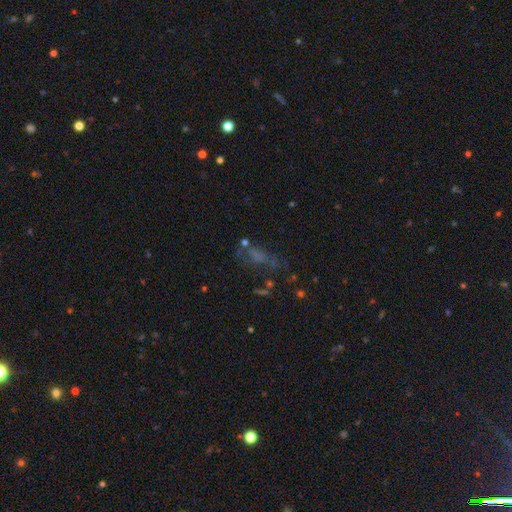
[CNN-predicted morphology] Smooth or featured: smooth — 35% (featured or disk — 33%)
Merging: none — 44% (major disturbance — 27%)